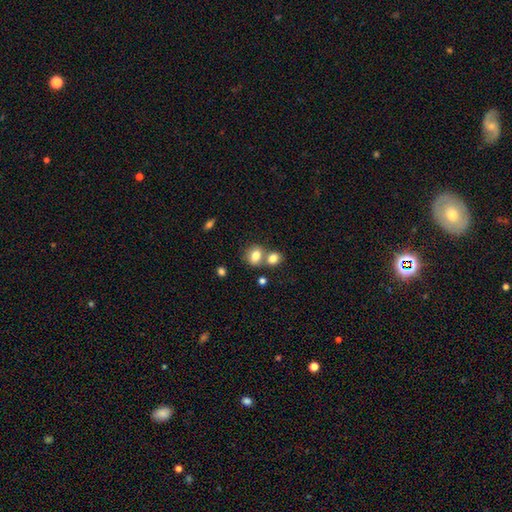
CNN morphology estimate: Q: Smooth or featured?
A: smooth (80%); runner-up: featured or disk (10%)
Q: How rounded?
A: in between (51%); runner-up: round (48%)
Q: Merging?
A: merger (44%); runner-up: none (42%)